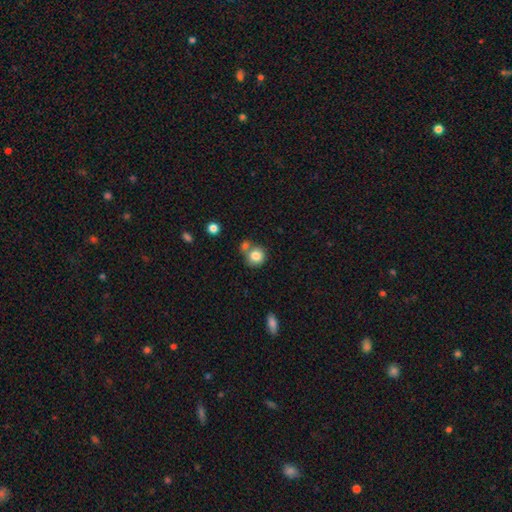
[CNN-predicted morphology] Smooth or featured? Predicted: smooth (p=0.82). How rounded? Predicted: round (p=0.86). Merging? Predicted: none (p=0.55).